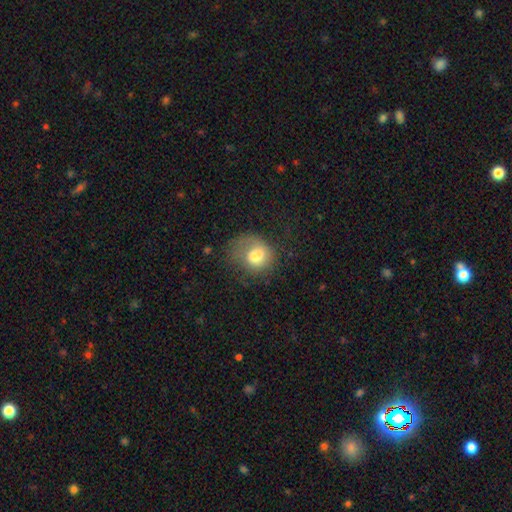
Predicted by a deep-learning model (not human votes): Smooth or featured? Predicted: smooth (p=0.71). How rounded? Predicted: round (p=0.62). Merging? Predicted: none (p=0.39).